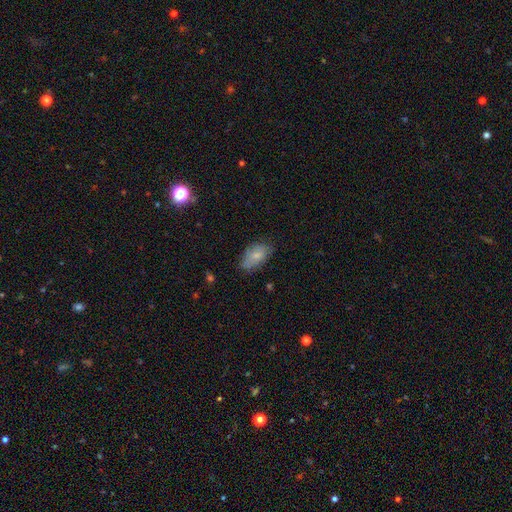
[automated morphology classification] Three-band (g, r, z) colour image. It shows a smooth galaxy with no disk features (74%) that is in between round and cigar-shaped (92%). Merging: none (62%).